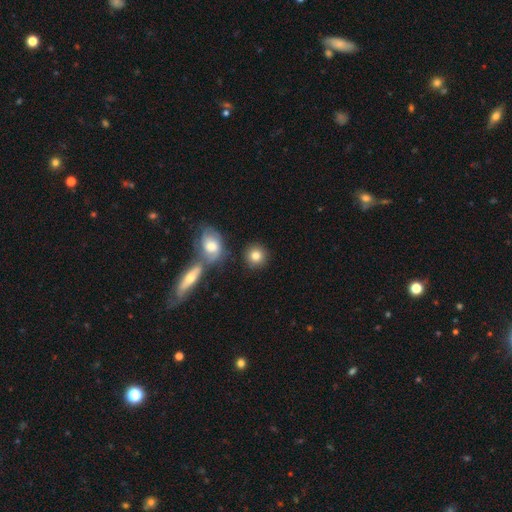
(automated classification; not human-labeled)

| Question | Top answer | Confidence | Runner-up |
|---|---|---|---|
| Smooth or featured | smooth | 80% | featured or disk (11%) |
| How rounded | round | 87% | in between (12%) |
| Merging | none | 80% | merger (9%) |